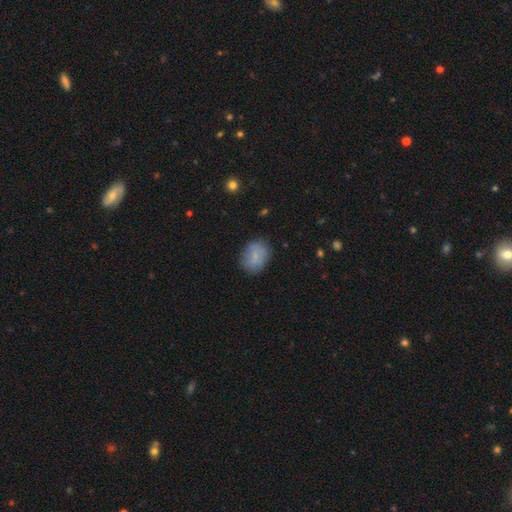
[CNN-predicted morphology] Smooth or featured: smooth — 73% (featured or disk — 18%)
How rounded: in between — 52% (round — 47%)
Merging: none — 76% (minor disturbance — 18%)